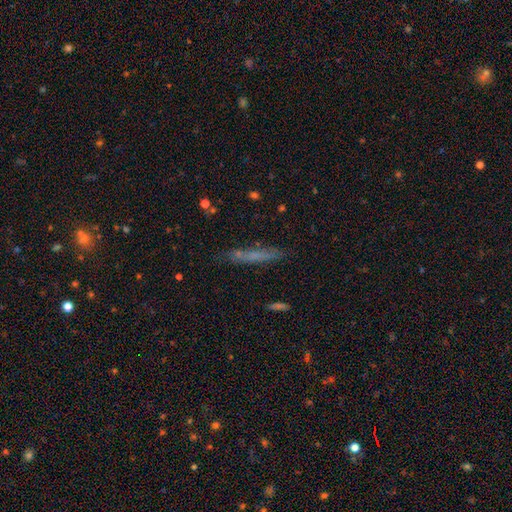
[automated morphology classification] Q: Smooth or featured?
A: smooth (56%); runner-up: featured or disk (33%)
Q: How rounded?
A: cigar-shaped (93%); runner-up: in between (6%)
Q: Merging?
A: none (77%); runner-up: minor disturbance (16%)